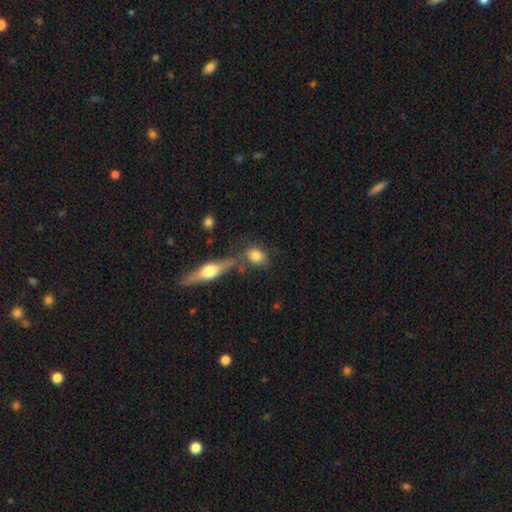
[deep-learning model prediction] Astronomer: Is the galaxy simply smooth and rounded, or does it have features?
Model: smooth — 77%.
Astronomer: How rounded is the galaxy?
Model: in between — 61%.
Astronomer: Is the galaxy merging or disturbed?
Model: none — 63%.